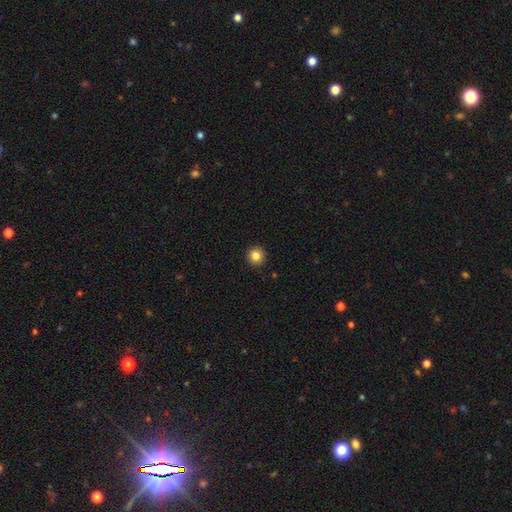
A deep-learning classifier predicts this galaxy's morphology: Smooth or featured? Predicted: smooth (p=0.84). How rounded? Predicted: round (p=0.95). Merging? Predicted: none (p=0.93).